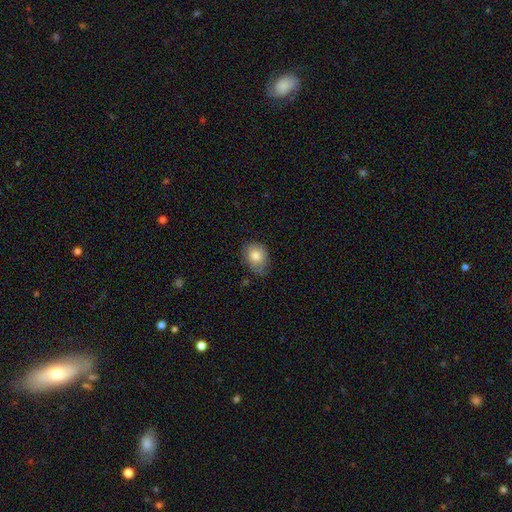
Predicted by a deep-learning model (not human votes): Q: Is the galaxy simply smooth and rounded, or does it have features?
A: smooth — 81%.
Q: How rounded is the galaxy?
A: in between — 57%.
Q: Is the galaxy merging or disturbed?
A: none — 64%.